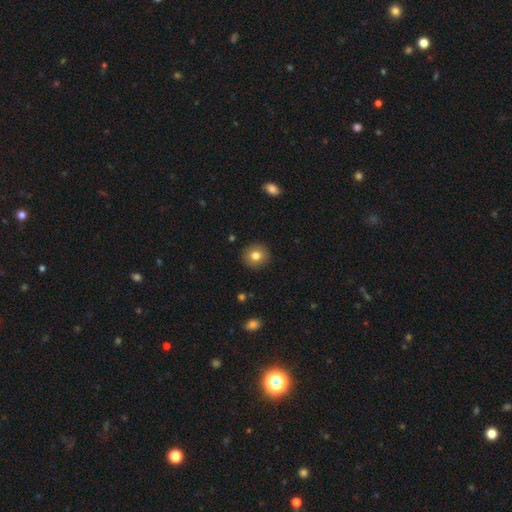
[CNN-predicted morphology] Smooth or featured? Predicted: smooth (p=0.80). How rounded? Predicted: round (p=0.90). Merging? Predicted: none (p=0.91).